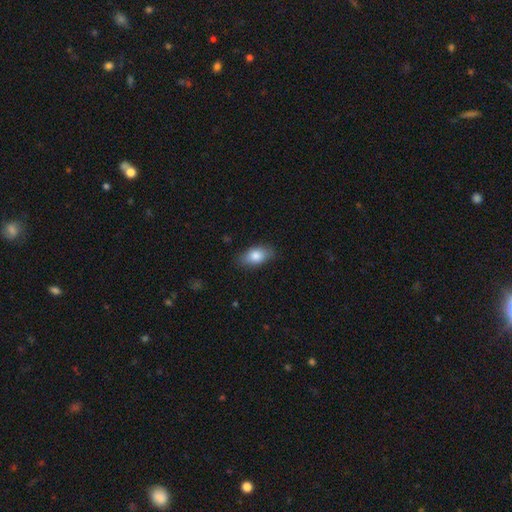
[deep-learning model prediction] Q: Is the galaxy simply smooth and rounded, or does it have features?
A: smooth — 82%.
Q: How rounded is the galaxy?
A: in between — 89%.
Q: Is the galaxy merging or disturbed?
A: none — 81%.